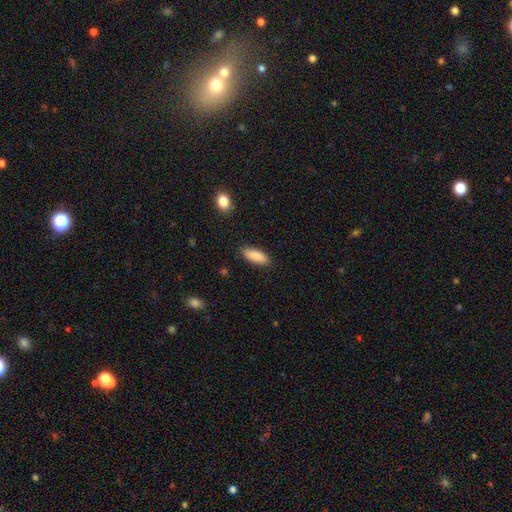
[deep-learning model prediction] Overall: smooth (88%). How rounded: in between (74%). Merging: none (86%).